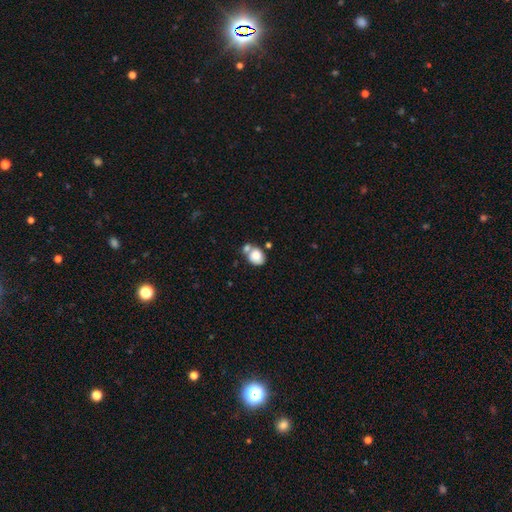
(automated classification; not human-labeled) Morphology: type=smooth (81%); roundness=round (50%); merging=merger (41%).